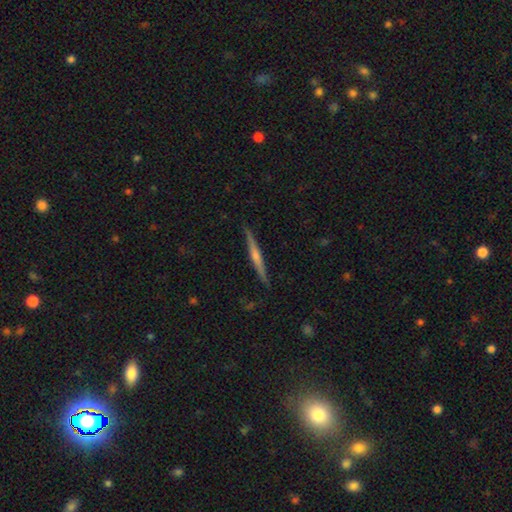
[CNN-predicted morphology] Smooth or featured?
  - featured or disk: 65% *
  - smooth: 28%
  - star or artifact: 6%
Edge-on disk?
  - yes: 98% *
  - no: 2%
Edge-on bulge?
  - rounded: 70% *
  - none: 23%
  - boxy: 7%
Merging?
  - none: 90% *
  - minor disturbance: 8%
  - major disturbance: 1%
  - merger: 1%